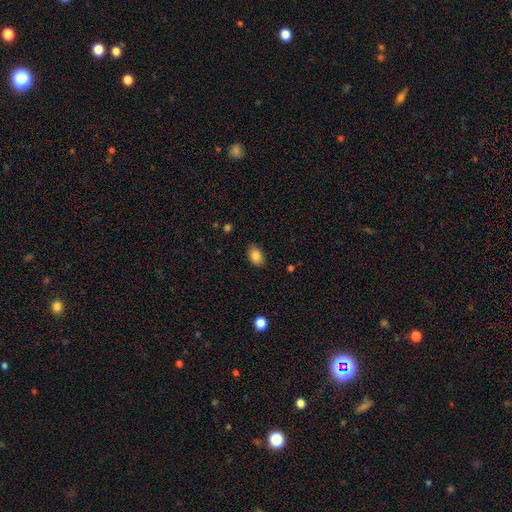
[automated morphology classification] Smooth or featured?
  - smooth: 86% *
  - star or artifact: 8%
  - featured or disk: 6%
How rounded?
  - in between: 85% *
  - round: 14%
  - cigar-shaped: 1%
Merging?
  - none: 86% *
  - minor disturbance: 10%
  - major disturbance: 2%
  - merger: 1%